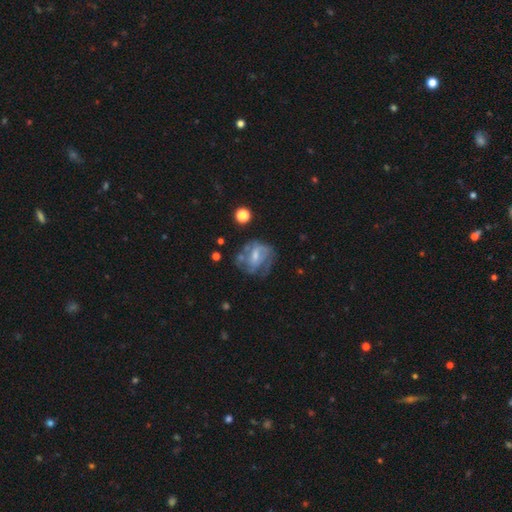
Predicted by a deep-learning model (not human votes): smooth_or_featured: featured or disk (p=0.65) [alt: smooth p=0.25]
disk_edge_on: no (p=0.97) [alt: yes p=0.03]
bar: weak (p=0.48) [alt: no p=0.37]
has_spiral_arms: yes (p=0.66) [alt: no p=0.34]
bulge_size: moderate (p=0.41) [alt: small p=0.37]
merging: none (p=0.43) [alt: major disturbance p=0.26]